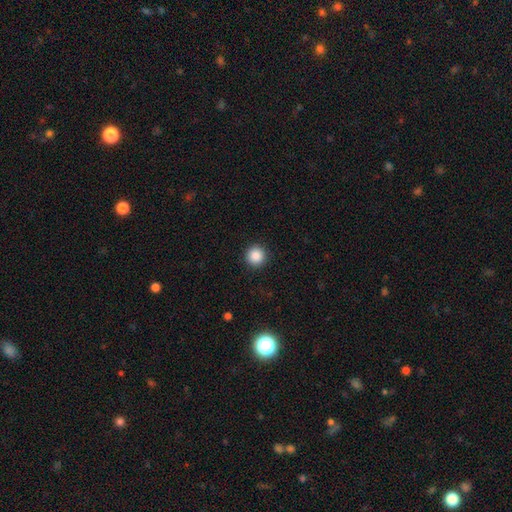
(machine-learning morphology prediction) smooth-or-featured: smooth: 87% | star or artifact: 10% | featured or disk: 3%
  how-rounded: round: 96% | in between: 3% | cigar-shaped: 1%
  merging: none: 92% | minor disturbance: 5% | major disturbance: 2% | merger: 1%